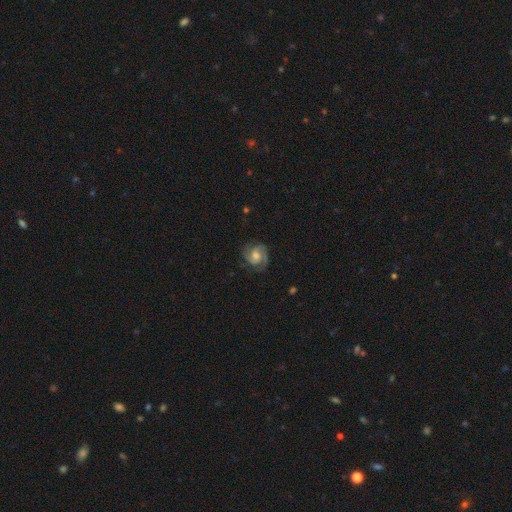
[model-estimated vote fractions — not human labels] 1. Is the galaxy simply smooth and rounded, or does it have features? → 84% featured or disk, 11% smooth, 6% star or artifact.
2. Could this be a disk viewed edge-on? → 98% no, 2% yes.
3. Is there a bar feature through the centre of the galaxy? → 52% no, 40% weak, 8% strong.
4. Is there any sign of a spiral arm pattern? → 97% yes, 3% no.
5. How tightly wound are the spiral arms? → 46% medium, 44% tight, 10% loose.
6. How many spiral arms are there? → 67% 2, 18% 3, 7% can't tell, 3% 1, 3% 4, 2% more than 4.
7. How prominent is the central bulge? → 58% moderate, 22% small, 14% large, 5% none, 1% dominant.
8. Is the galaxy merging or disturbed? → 76% none, 16% minor disturbance, 7% major disturbance, 1% merger.